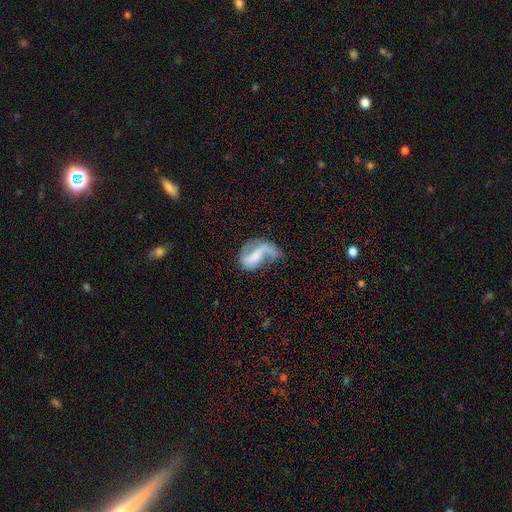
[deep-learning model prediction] This appears to be a featured or disk galaxy (73%) with a weak bar (39%), 2 (62%) loose (69%) spiral arms (87%) and a small central bulge (47%). Merging: none (38%).